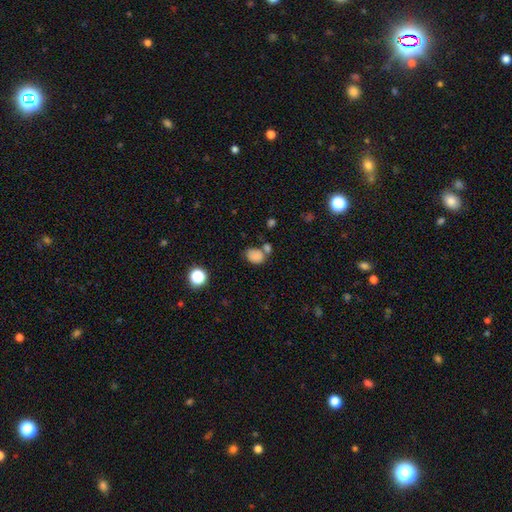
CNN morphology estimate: The model was most divided on "merging": none: 50%, merger: 26%, minor disturbance: 16%, major disturbance: 7%. More confident: smooth or featured — smooth (82%); how rounded — in between (66%).